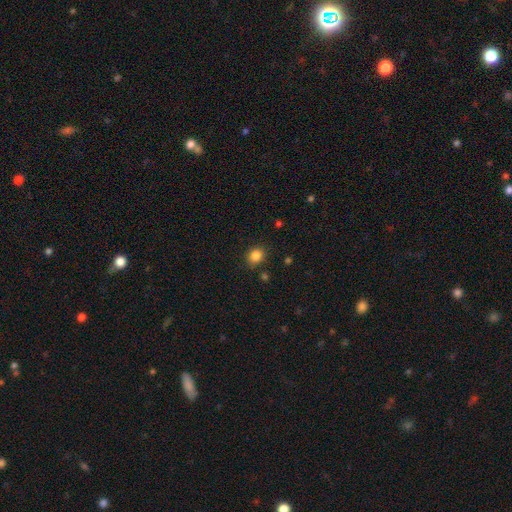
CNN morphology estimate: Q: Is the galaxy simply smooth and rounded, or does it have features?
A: smooth — 85%.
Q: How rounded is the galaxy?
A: round — 69%.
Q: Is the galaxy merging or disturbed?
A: none — 84%.